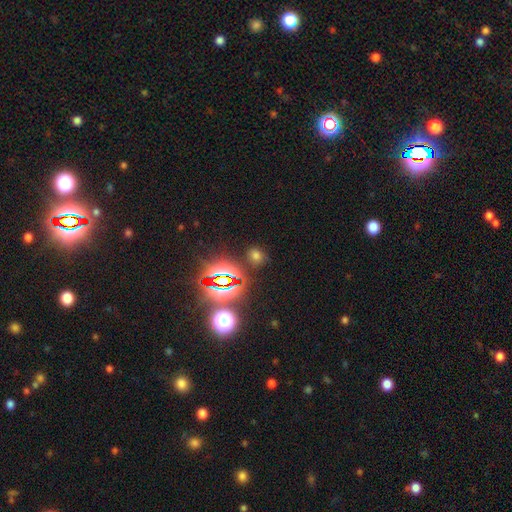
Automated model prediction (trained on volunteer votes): Q: Smooth or featured?
A: smooth (54%); runner-up: star or artifact (39%)
Q: How rounded?
A: round (65%); runner-up: in between (33%)
Q: Merging?
A: none (82%); runner-up: minor disturbance (11%)